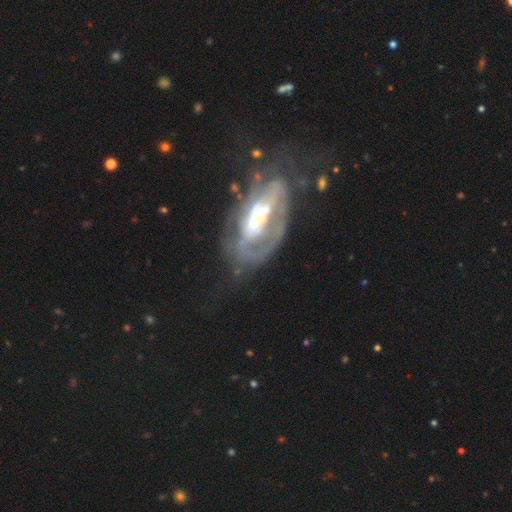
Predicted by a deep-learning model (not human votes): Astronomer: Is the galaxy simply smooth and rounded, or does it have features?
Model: featured or disk — 76%.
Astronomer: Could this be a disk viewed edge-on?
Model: no — 90%.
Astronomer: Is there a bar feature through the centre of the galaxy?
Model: no — 41% (runner-up: weak, 33%).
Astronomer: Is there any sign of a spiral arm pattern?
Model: yes — 64%.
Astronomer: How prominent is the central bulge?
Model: moderate — 46% (runner-up: small, 31%).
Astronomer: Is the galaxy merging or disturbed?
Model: none — 40% (runner-up: major disturbance, 34%).